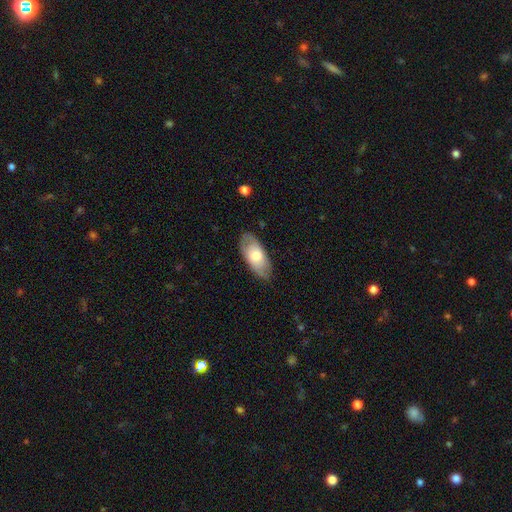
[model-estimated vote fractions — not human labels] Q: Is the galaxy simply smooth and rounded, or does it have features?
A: smooth — 62%.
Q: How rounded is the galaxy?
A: in between — 90%.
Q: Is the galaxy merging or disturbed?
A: none — 80%.